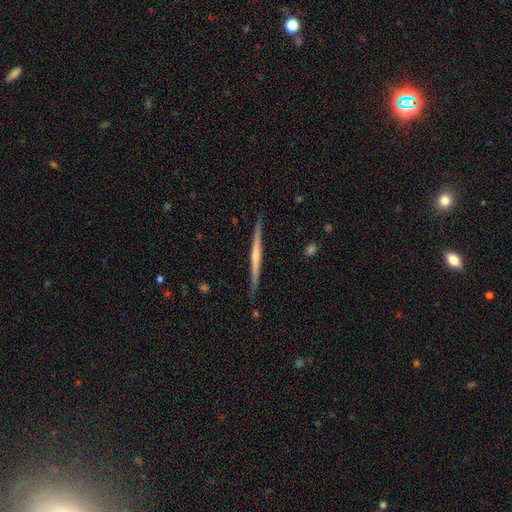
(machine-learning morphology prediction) Smooth or featured? featured or disk (72%)
Edge-on disk? yes (98%)
Edge-on bulge? rounded (52%)
Merging? none (88%)